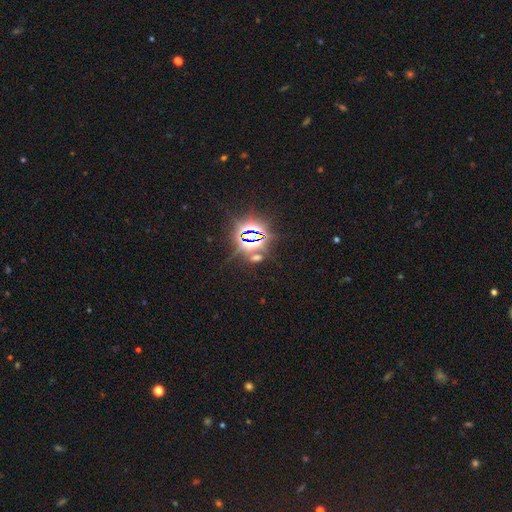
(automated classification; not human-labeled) Smooth or featured? star or artifact (85%)